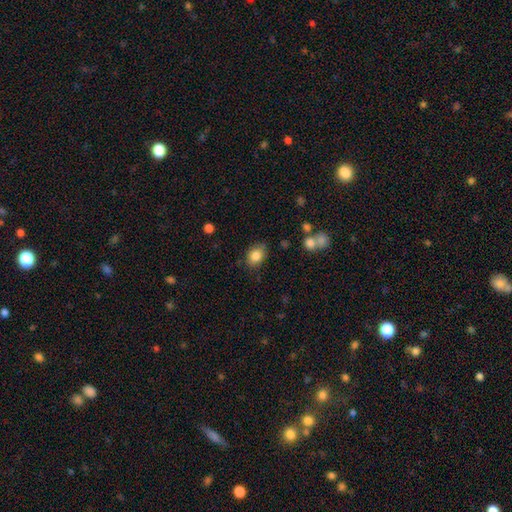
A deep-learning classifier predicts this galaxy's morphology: A smooth galaxy with no disk features (84%) that is in between round and cigar-shaped (63%). Merging: none (78%).